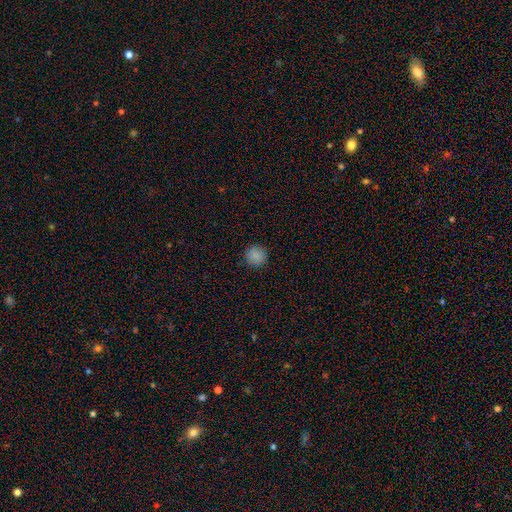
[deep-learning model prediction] Smooth or featured: smooth — 86% (star or artifact — 10%)
How rounded: round — 93% (in between — 6%)
Merging: none — 91% (minor disturbance — 7%)